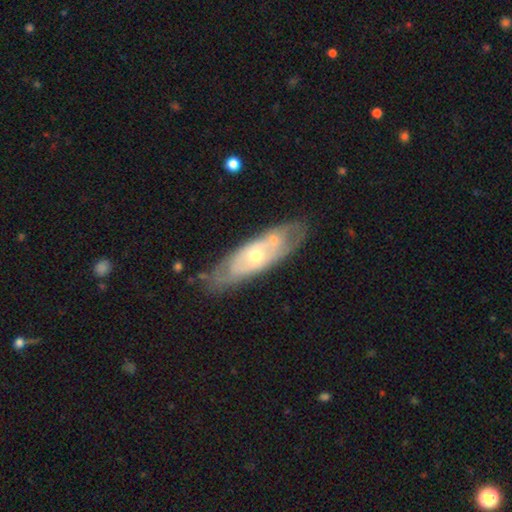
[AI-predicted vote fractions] A featured or disk galaxy (69%) with no bar (80%), no spiral arms (60%) and a moderate central bulge (65%).

Vote fractions:
- Smooth or featured? featured or disk: 69% / smooth: 26% / star or artifact: 5%
- Edge-on disk? no: 79% / yes: 21%
- Bar? no: 80% / weak: 16% / strong: 5%
- Spiral arms? no: 60% / yes: 40%
- Bulge size? moderate: 65% / small: 27% / large: 5% / none: 1% / dominant: 1%
- Merging? none: 71% / minor disturbance: 18% / major disturbance: 6% / merger: 5%